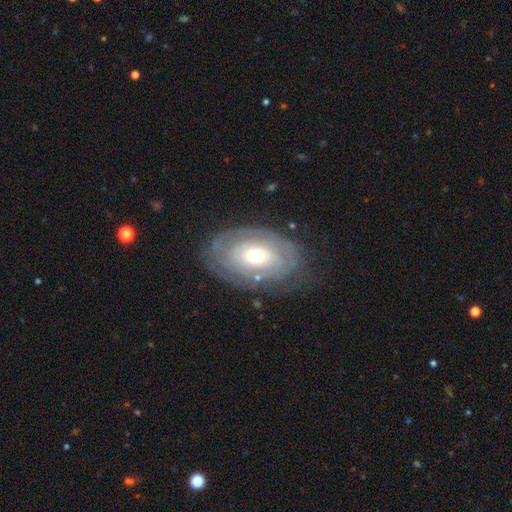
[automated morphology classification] Q: Smooth or featured?
A: featured or disk (74%); runner-up: smooth (20%)
Q: Edge-on disk?
A: no (95%); runner-up: yes (5%)
Q: Bar?
A: no (75%); runner-up: weak (20%)
Q: Spiral arms?
A: yes (78%); runner-up: no (22%)
Q: Spiral winding?
A: tight (77%); runner-up: medium (16%)
Q: Spiral arm count?
A: can't tell (56%); runner-up: 2 (19%)
Q: Bulge size?
A: moderate (63%); runner-up: small (25%)
Q: Merging?
A: none (74%); runner-up: minor disturbance (17%)